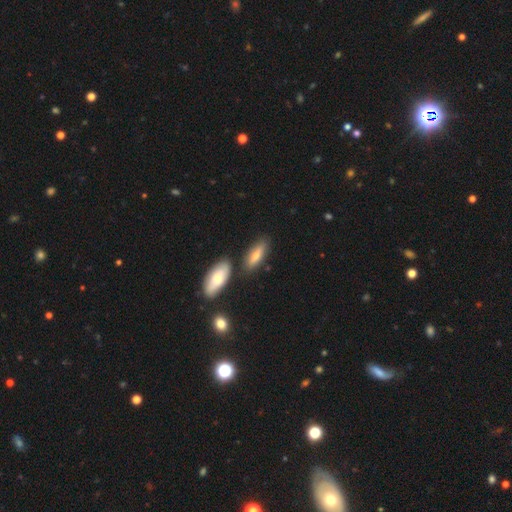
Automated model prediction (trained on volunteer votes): Smooth or featured? Predicted: smooth (p=0.69). How rounded? Predicted: in between (p=0.63). Merging? Predicted: none (p=0.75).